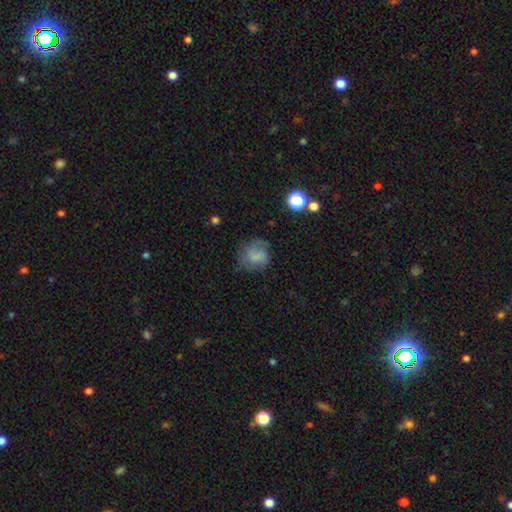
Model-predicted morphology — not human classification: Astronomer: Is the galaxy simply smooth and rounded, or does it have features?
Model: smooth — 53% (runner-up: featured or disk, 34%).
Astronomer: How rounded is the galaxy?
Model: round — 67%.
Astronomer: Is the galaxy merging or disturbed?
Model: none — 51%.